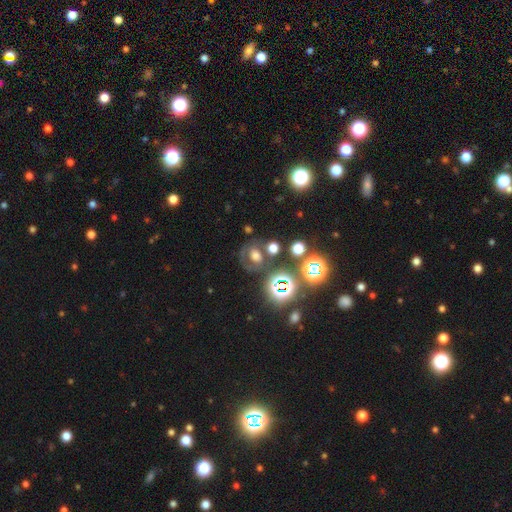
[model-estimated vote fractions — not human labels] A smooth galaxy with no disk features (43%). Merging: none (61%).